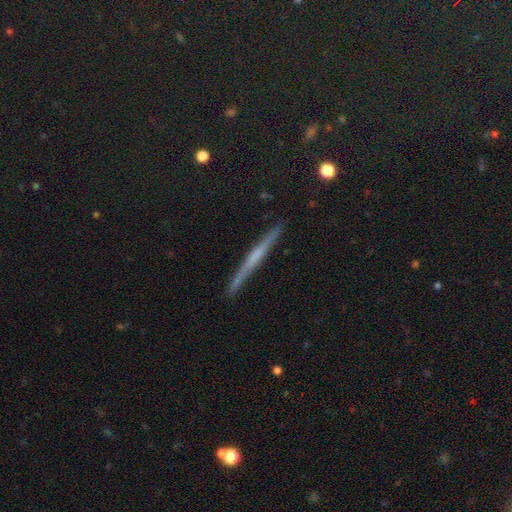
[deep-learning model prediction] smooth-or-featured: featured or disk: 60% | smooth: 32% | star or artifact: 9%
  disk-edge-on: yes: 98% | no: 2%
    edge-on-bulge: none: 61% | rounded: 25% | boxy: 14%
  merging: none: 90% | minor disturbance: 7% | major disturbance: 1% | merger: 1%